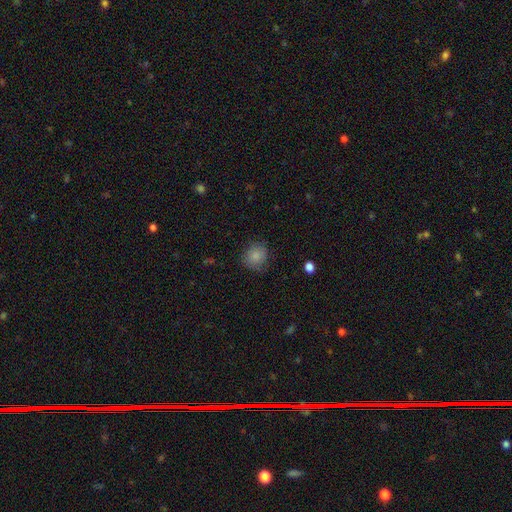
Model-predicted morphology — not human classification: type=smooth (85%); roundness=round (85%); merging=none (79%).